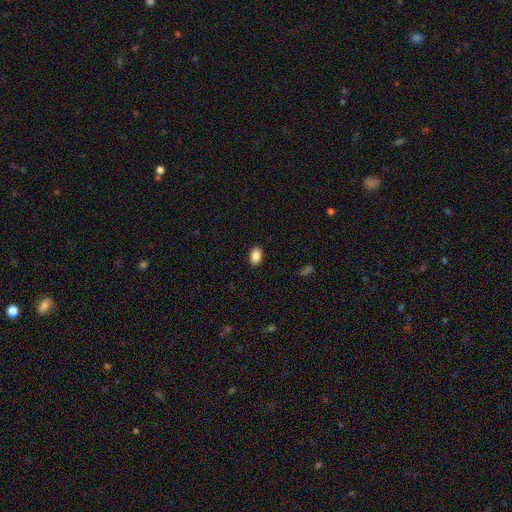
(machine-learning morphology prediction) A smooth galaxy with no disk features (87%) that is in between round and cigar-shaped (83%).

Vote fractions:
- Smooth or featured? smooth: 87% / star or artifact: 8% / featured or disk: 5%
- How rounded? in between: 83% / round: 15% / cigar-shaped: 1%
- Merging? none: 90% / minor disturbance: 7% / major disturbance: 2% / merger: 1%